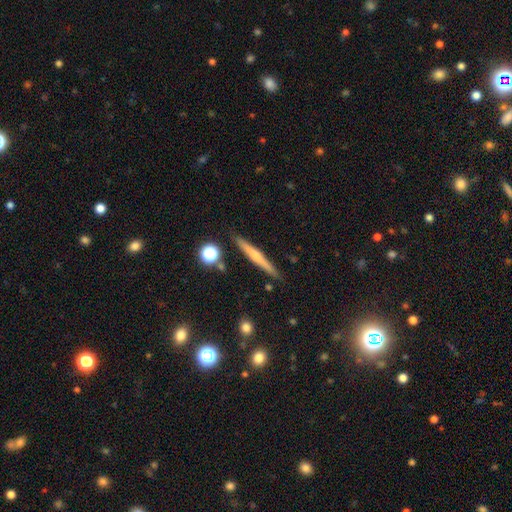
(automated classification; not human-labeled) Smooth or featured? featured or disk (49%)
Merging? none (88%)